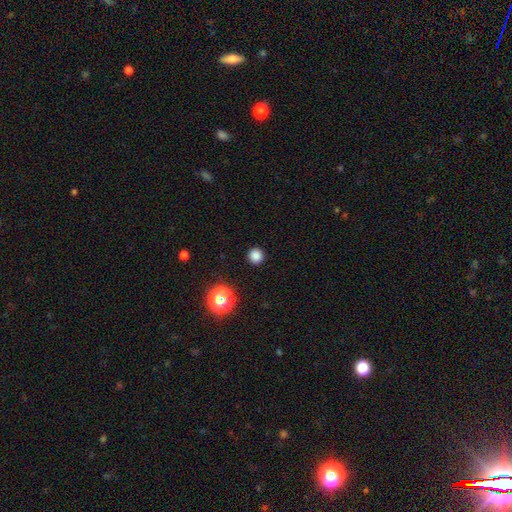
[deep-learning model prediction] Smooth or featured? smooth (83%)
How rounded? round (95%)
Merging? none (92%)